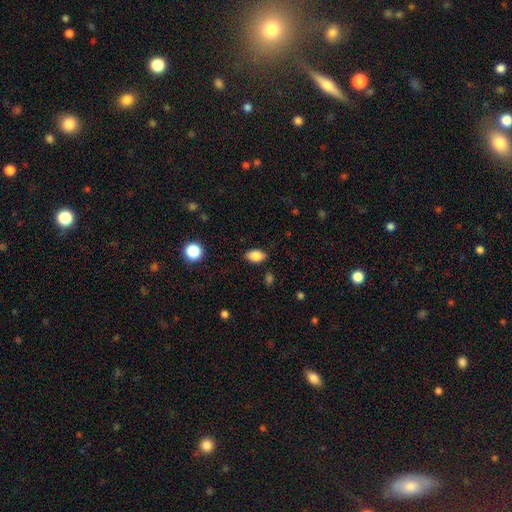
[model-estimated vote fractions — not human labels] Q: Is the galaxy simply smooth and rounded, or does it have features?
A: smooth — 86%.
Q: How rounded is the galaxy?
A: in between — 87%.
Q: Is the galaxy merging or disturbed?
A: none — 86%.